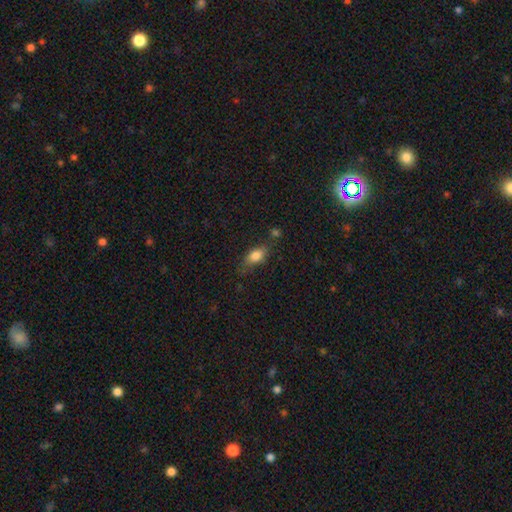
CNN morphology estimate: This is clearly a smooth galaxy (80%). How rounded: clearly in between (81%). Merging: likely none (61%).